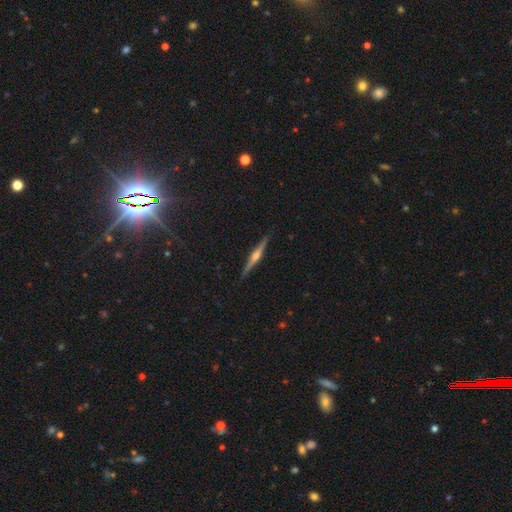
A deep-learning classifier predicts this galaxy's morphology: type=featured or disk (79%); edge-on=yes (98%); edge-on bulge=rounded (87%); merging=none (91%).